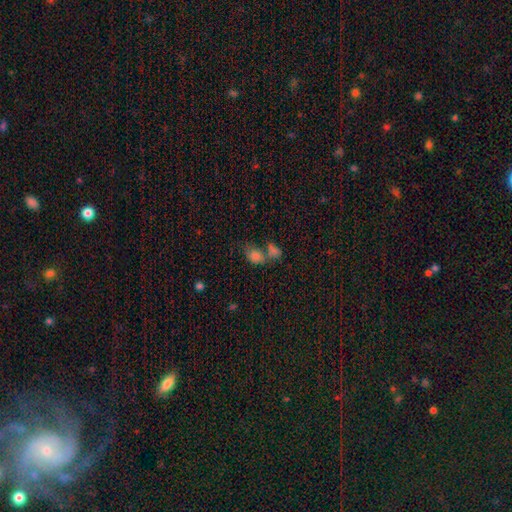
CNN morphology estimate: Smooth or featured? Predicted: smooth (p=0.77). How rounded? Predicted: in between (p=0.77). Merging? Predicted: merger (p=0.54).